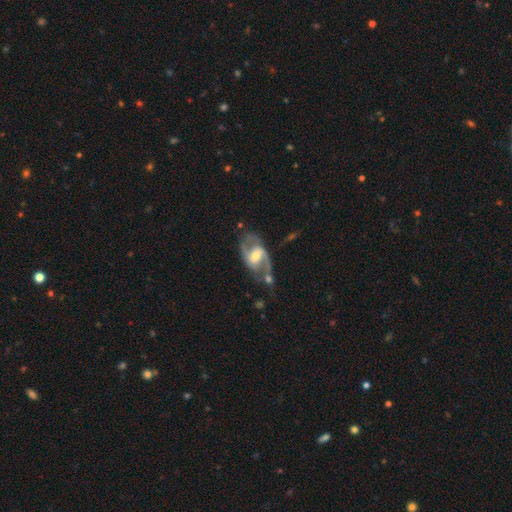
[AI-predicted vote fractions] Morphology: type=featured or disk (85%); edge-on=no (97%); bar=weak (50%); spiral arms=yes (94%); winding=medium (52%); arm count=2 (88%); bulge=moderate (58%); merging=none (53%).